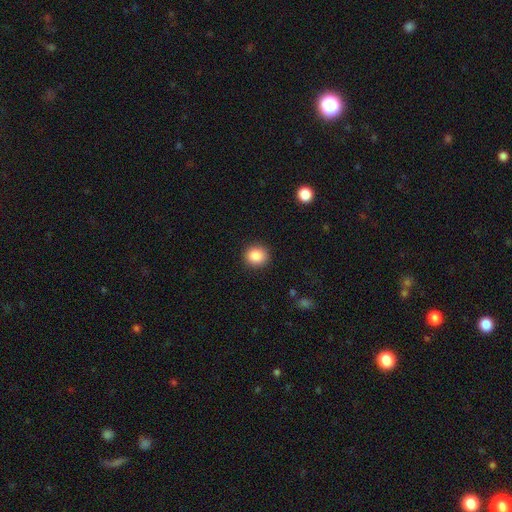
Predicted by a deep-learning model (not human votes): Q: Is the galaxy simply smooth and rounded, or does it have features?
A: smooth — 88%.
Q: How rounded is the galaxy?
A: round — 83%.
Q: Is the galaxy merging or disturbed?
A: none — 90%.